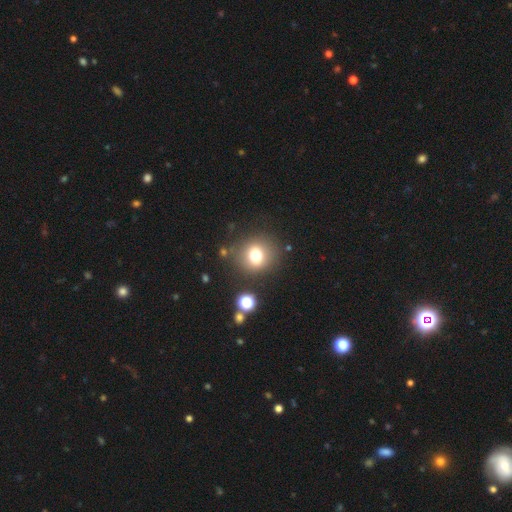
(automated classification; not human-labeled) Smooth or featured: smooth — 73% (star or artifact — 15%)
How rounded: round — 84% (in between — 15%)
Merging: none — 81% (minor disturbance — 10%)